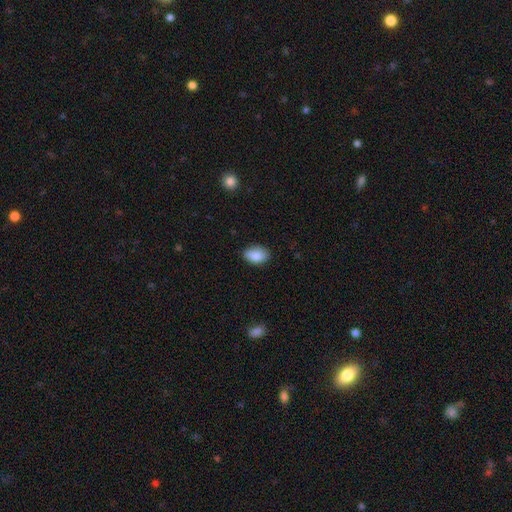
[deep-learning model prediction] This appears to be a smooth galaxy with no disk features (85%) that is in between round and cigar-shaped (88%). Merging: none (80%).